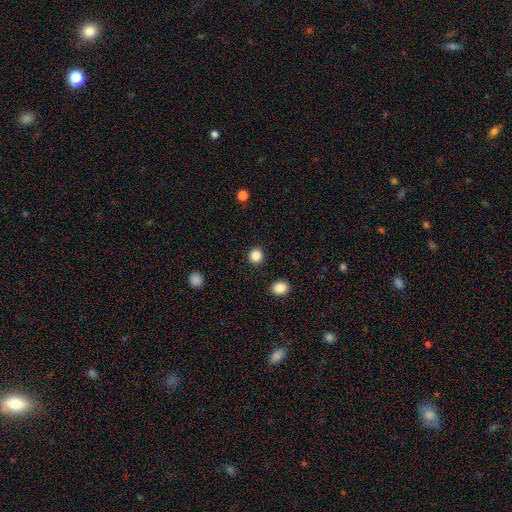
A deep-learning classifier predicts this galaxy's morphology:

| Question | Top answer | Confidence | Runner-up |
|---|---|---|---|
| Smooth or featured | smooth | 85% | star or artifact (11%) |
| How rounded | round | 91% | in between (8%) |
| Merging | none | 91% | minor disturbance (5%) |